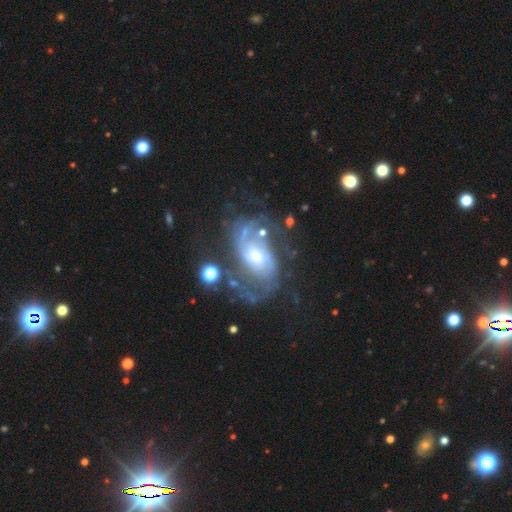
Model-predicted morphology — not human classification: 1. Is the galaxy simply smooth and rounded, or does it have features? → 85% featured or disk, 8% smooth, 7% star or artifact.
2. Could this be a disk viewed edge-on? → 97% no, 3% yes.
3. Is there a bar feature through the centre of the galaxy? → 45% weak, 43% no, 12% strong.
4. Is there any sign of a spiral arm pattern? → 92% yes, 8% no.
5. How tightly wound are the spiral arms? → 47% medium, 28% loose, 24% tight.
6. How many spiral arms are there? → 64% 2, 18% can't tell, 7% 3, 4% 1, 3% 4, 3% more than 4.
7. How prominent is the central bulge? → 53% moderate, 32% small, 9% large, 4% none, 1% dominant.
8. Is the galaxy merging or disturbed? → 54% none, 20% major disturbance, 20% minor disturbance, 6% merger.